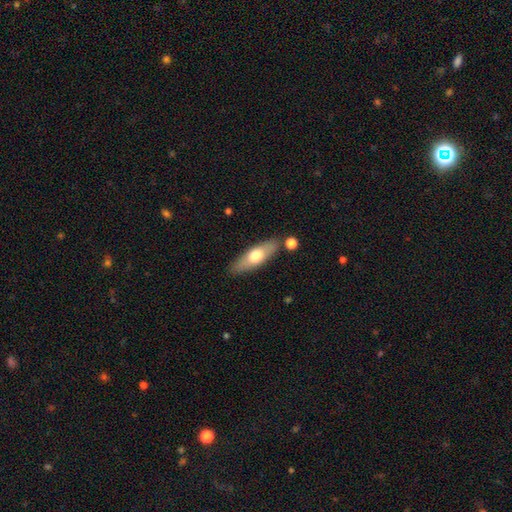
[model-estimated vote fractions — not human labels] Smooth or featured? Predicted: smooth (p=0.58). How rounded? Predicted: cigar-shaped (p=0.52). Merging? Predicted: none (p=0.82).